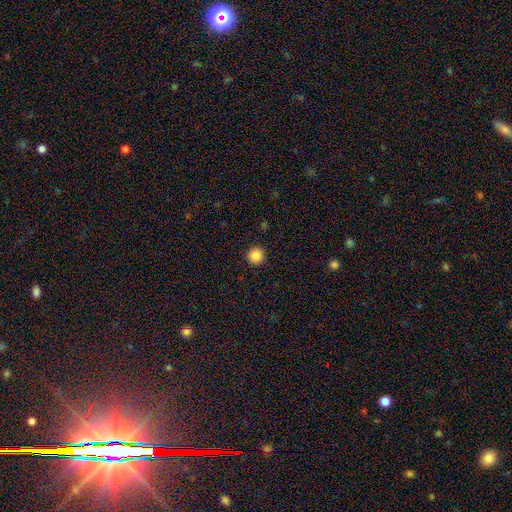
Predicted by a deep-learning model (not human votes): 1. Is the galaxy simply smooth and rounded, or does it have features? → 87% smooth, 10% star or artifact, 3% featured or disk.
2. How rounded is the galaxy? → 96% round, 3% in between, 1% cigar-shaped.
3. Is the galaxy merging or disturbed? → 92% none, 5% minor disturbance, 2% major disturbance, 1% merger.